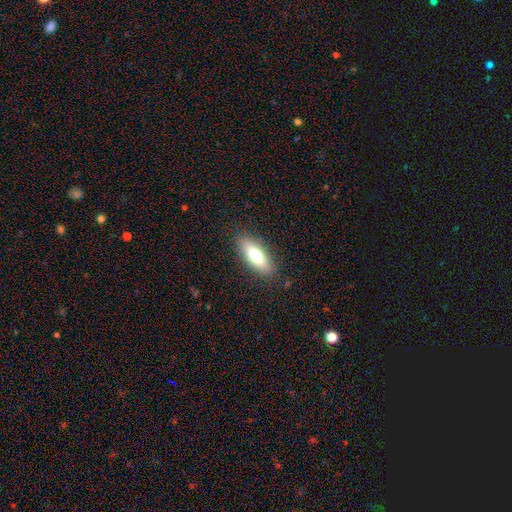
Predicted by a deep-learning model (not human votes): Morphology: type=smooth (72%); roundness=in between (66%); merging=none (87%).